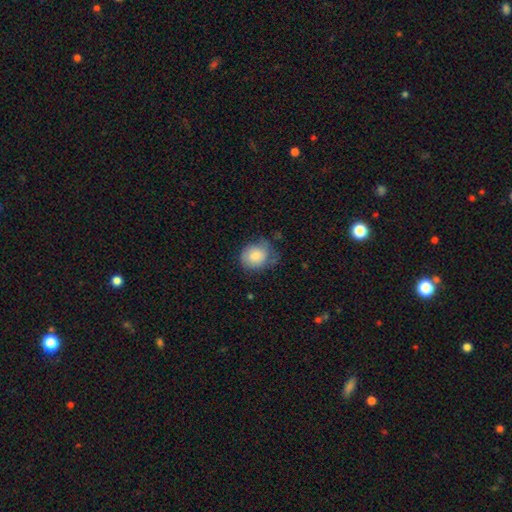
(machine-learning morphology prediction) type=smooth (75%); roundness=round (69%); merging=none (50%).